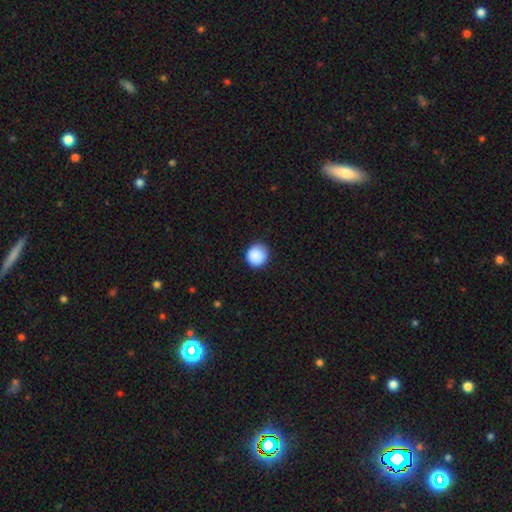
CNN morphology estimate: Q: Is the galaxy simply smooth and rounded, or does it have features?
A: smooth — 89%.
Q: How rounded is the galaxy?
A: round — 94%.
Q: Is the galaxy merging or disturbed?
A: none — 89%.